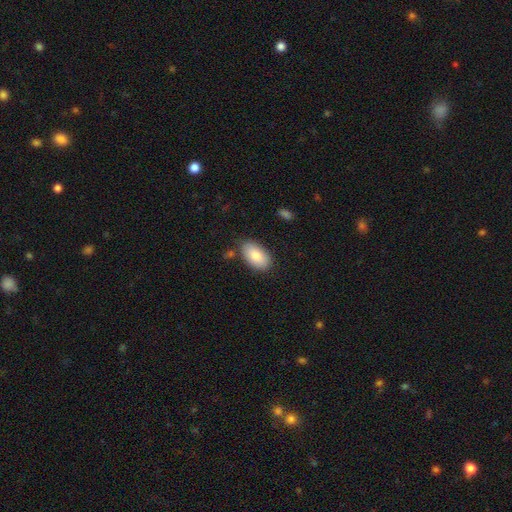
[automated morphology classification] This appears to be a smooth galaxy with no disk features (82%) that is in between round and cigar-shaped (94%). Merging: none (81%).